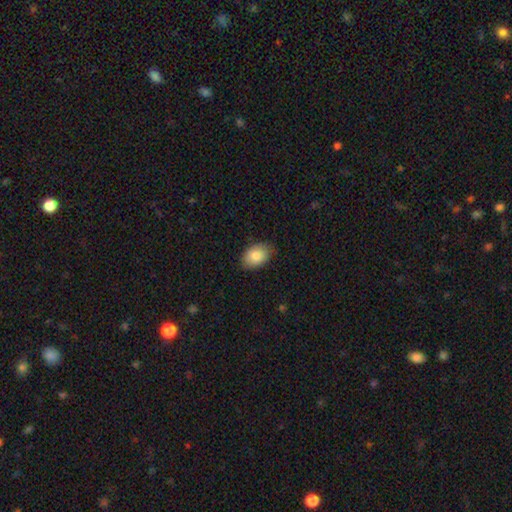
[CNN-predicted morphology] Smooth or featured: smooth — 84% (featured or disk — 10%)
How rounded: in between — 85% (round — 14%)
Merging: none — 82% (minor disturbance — 14%)